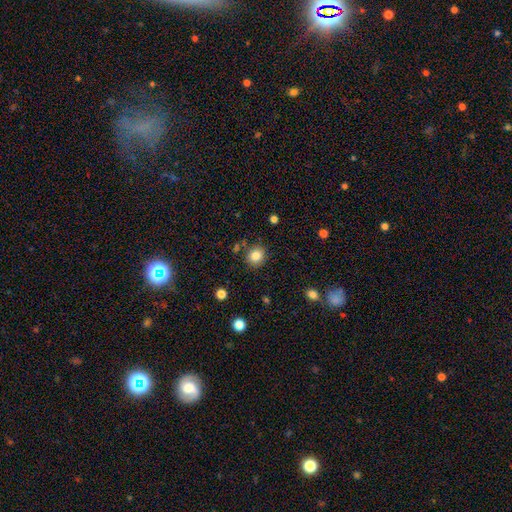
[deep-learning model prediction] Overall: smooth (83%). How rounded: round (84%). Merging: none (85%).